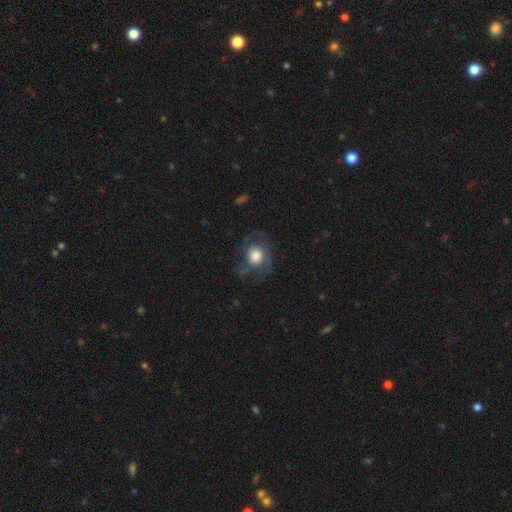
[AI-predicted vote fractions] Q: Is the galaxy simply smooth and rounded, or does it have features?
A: featured or disk — 61%.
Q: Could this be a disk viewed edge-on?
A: no — 97%.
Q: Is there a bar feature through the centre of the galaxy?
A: no — 81%.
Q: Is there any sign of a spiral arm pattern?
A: yes — 81%.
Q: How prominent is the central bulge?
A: large — 56%.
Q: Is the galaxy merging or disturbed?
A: none — 60%.